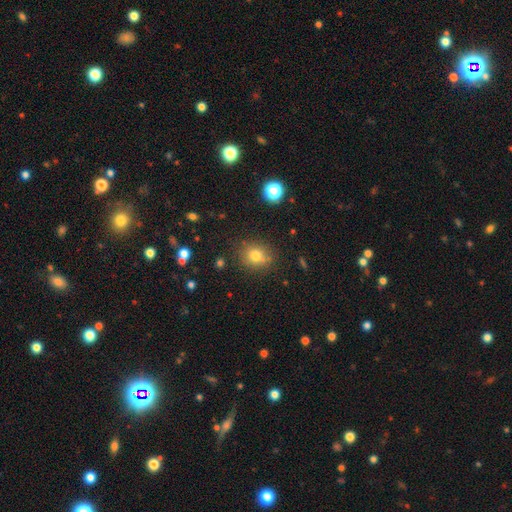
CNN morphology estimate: The model was most divided on "how rounded": round: 75%, in between: 24%, cigar-shaped: 1%. More confident: merging — none (80%); smooth or featured — smooth (76%).